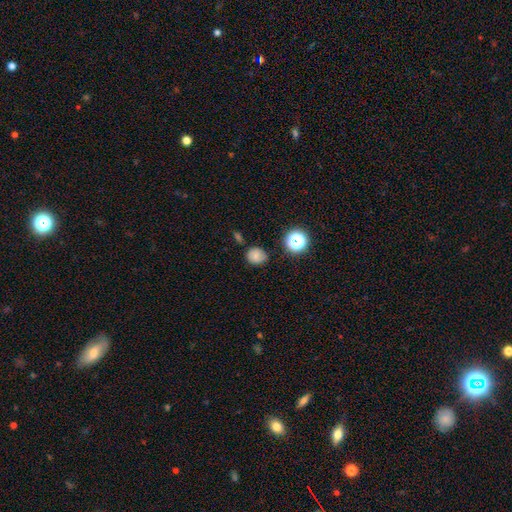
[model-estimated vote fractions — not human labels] smooth_or_featured: smooth (p=0.77) [alt: star or artifact p=0.15]
how_rounded: round (p=0.72) [alt: in between p=0.27]
merging: none (p=0.76) [alt: minor disturbance p=0.17]